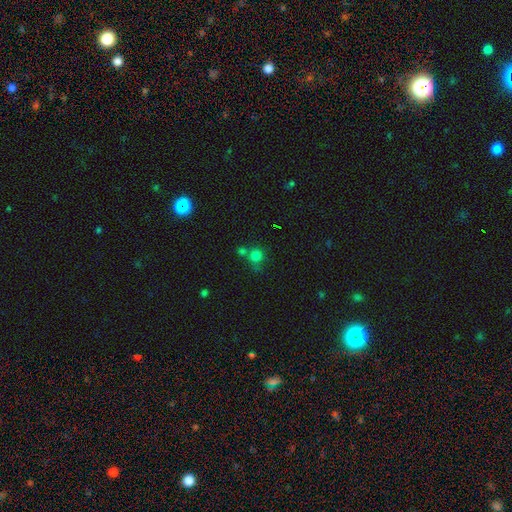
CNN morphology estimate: smooth-or-featured: smooth: 75% | star or artifact: 18% | featured or disk: 7%
  how-rounded: round: 87% | in between: 12% | cigar-shaped: 1%
  merging: none: 55% | merger: 27% | minor disturbance: 12% | major disturbance: 6%